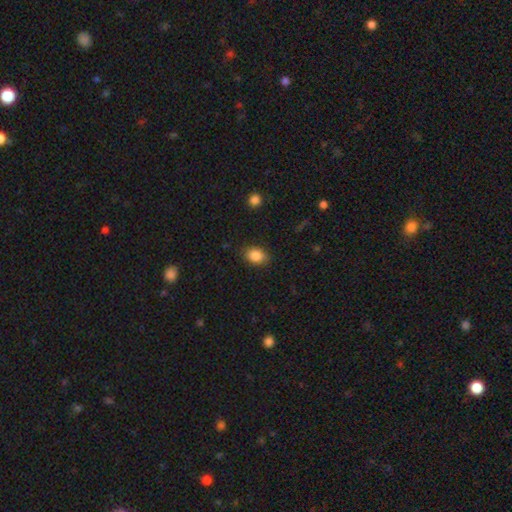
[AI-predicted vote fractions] A smooth galaxy with no disk features (86%) that is in between round and cigar-shaped (70%). Merging: none (85%).